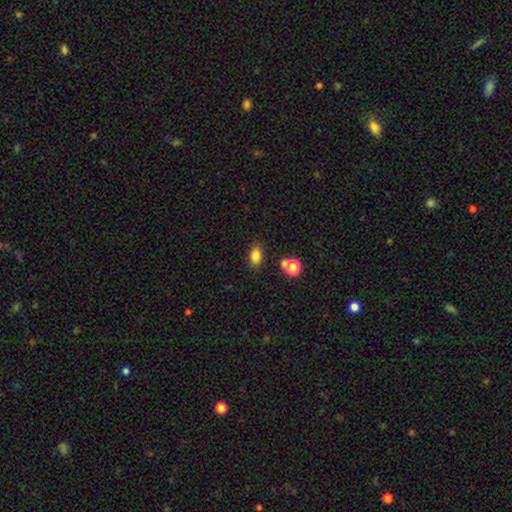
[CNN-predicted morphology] Smooth or featured?
  - smooth: 83% *
  - star or artifact: 12%
  - featured or disk: 5%
How rounded?
  - in between: 81% *
  - round: 18%
  - cigar-shaped: 2%
Merging?
  - none: 78% *
  - minor disturbance: 12%
  - merger: 6%
  - major disturbance: 4%